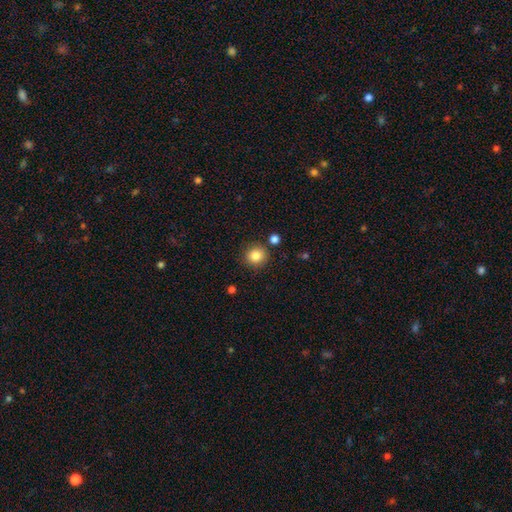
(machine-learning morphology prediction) smooth_or_featured: smooth (p=0.85) [alt: star or artifact p=0.10]
how_rounded: round (p=0.89) [alt: in between p=0.10]
merging: none (p=0.85) [alt: minor disturbance p=0.08]